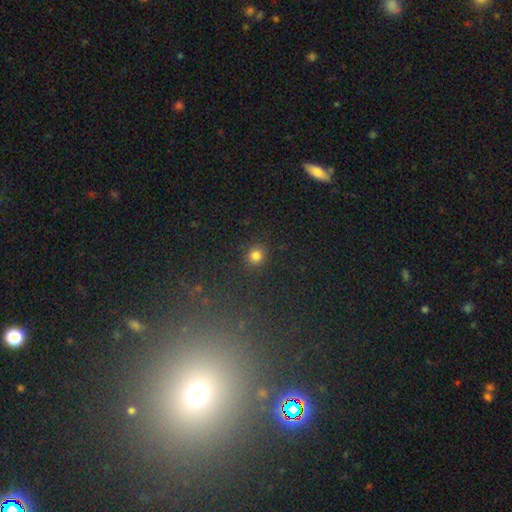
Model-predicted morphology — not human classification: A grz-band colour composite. It shows a smooth galaxy with no disk features (81%) that is round (86%). Merging: none (88%).